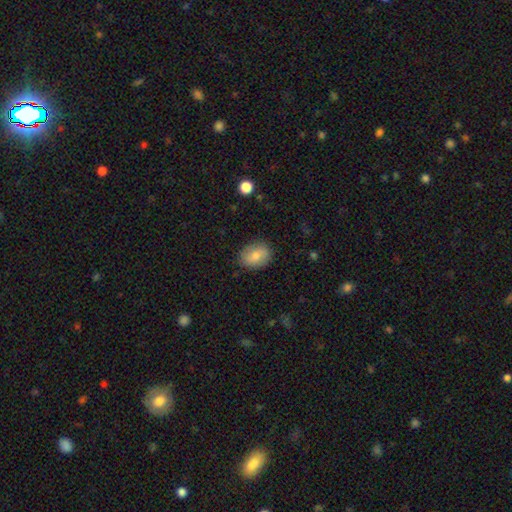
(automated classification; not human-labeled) The model was most divided on "how rounded": in between: 69%, round: 30%, cigar-shaped: 1%. More confident: merging — none (84%); smooth or featured — smooth (79%).